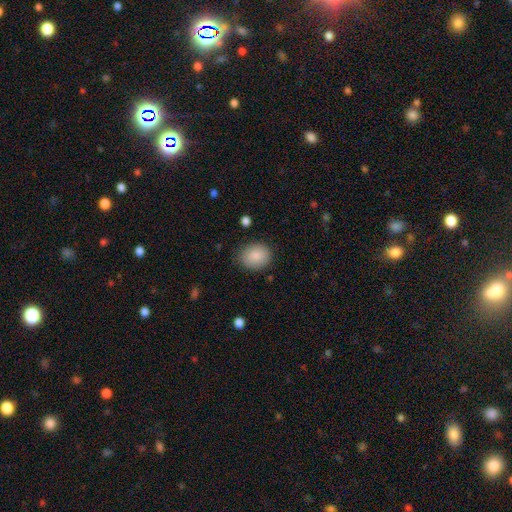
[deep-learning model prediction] This appears to be a smooth galaxy with no disk features (87%) that is round (55%). Merging: none (83%).